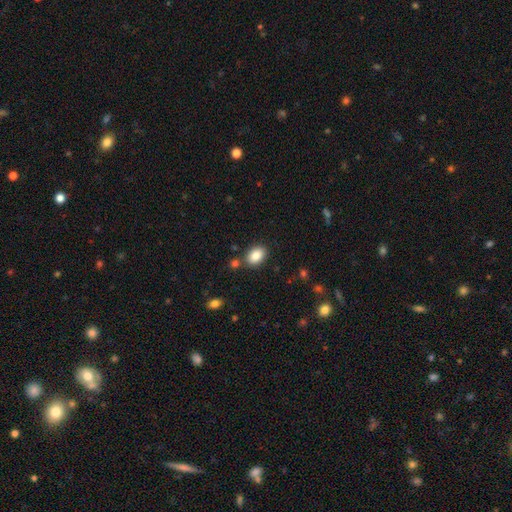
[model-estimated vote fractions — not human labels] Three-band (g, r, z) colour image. It shows a smooth galaxy with no disk features (86%) that is in between round and cigar-shaped (82%). Merging: none (82%).